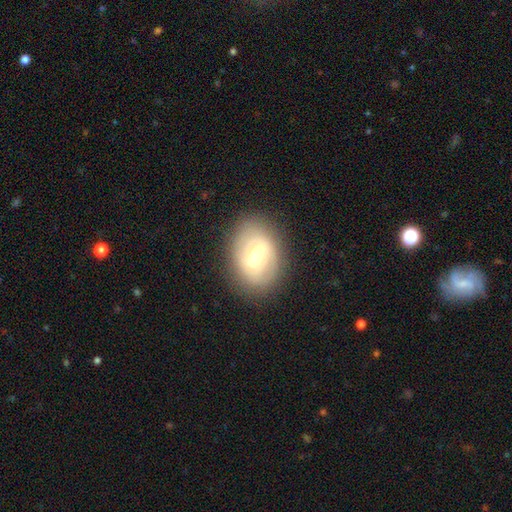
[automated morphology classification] A featured or disk galaxy (67%) with a weak bar (47%), spiral arms (68%) and a small central bulge (54%).

Vote fractions:
- Smooth or featured? featured or disk: 67% / smooth: 25% / star or artifact: 8%
- Edge-on disk? no: 94% / yes: 6%
- Bar? weak: 47% / strong: 41% / no: 12%
- Spiral arms? yes: 68% / no: 32%
- Bulge size? small: 54% / moderate: 41% / large: 3% / none: 2% / dominant: 1%
- Merging? none: 82% / minor disturbance: 12% / major disturbance: 4% / merger: 1%